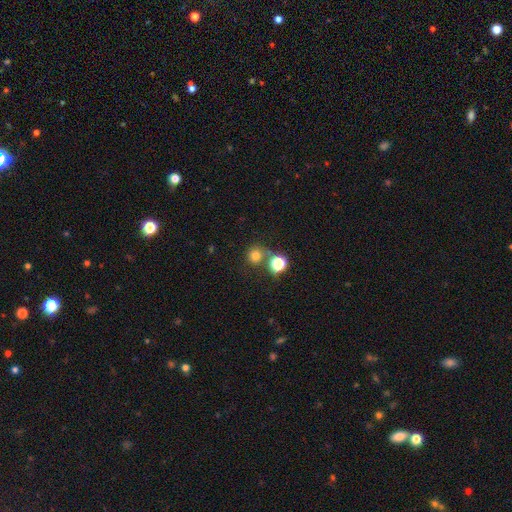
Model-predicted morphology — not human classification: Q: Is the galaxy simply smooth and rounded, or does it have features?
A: smooth — 74%.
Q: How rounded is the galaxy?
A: round — 90%.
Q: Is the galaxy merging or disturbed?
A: none — 69%.